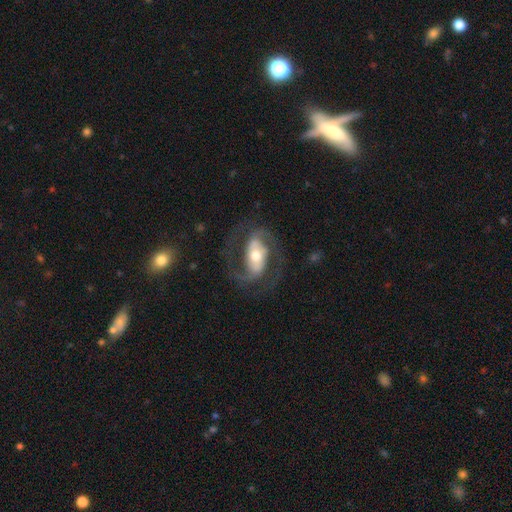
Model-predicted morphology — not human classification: type=featured or disk (86%); edge-on=no (96%); bar=strong (44%); spiral arms=yes (94%); winding=medium (56%); arm count=2 (91%); bulge=moderate (62%); merging=none (73%).